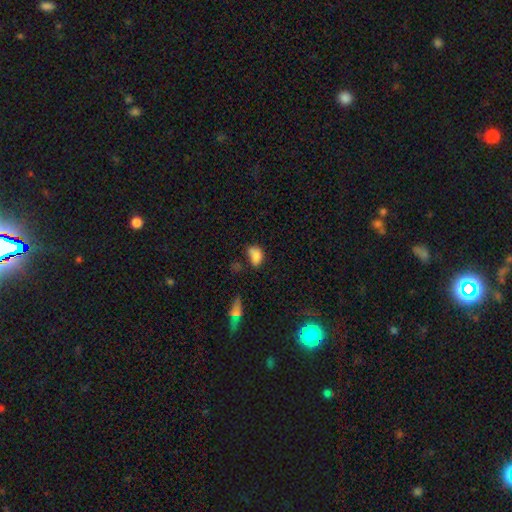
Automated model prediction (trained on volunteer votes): Smooth or featured?
  - smooth: 80% *
  - star or artifact: 11%
  - featured or disk: 8%
How rounded?
  - in between: 86% *
  - round: 12%
  - cigar-shaped: 2%
Merging?
  - none: 43% *
  - minor disturbance: 32%
  - major disturbance: 14%
  - merger: 11%